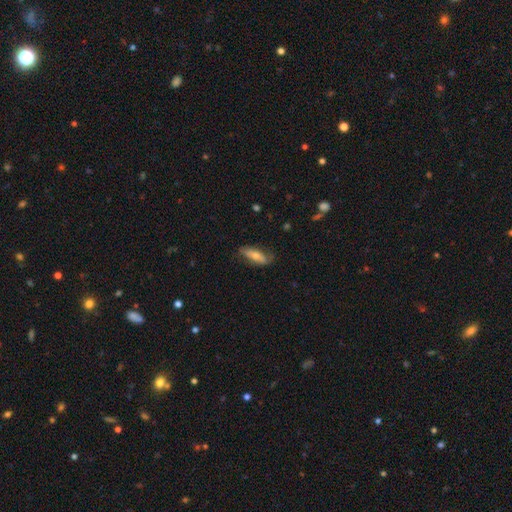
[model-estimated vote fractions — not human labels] smooth_or_featured: smooth (p=0.55) [alt: featured or disk p=0.38]
how_rounded: in between (p=0.58) [alt: cigar-shaped p=0.39]
merging: none (p=0.66) [alt: minor disturbance p=0.25]